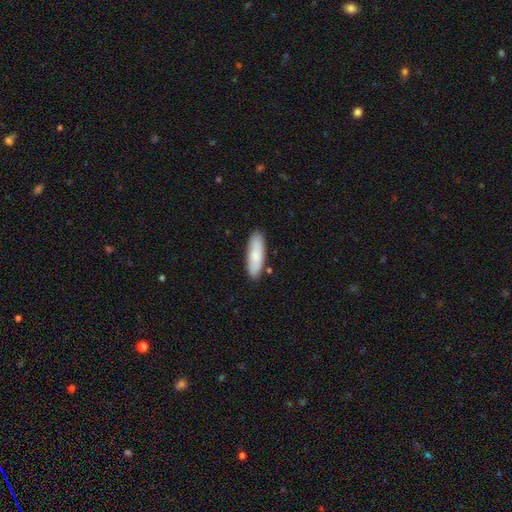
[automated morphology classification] The model was most divided on "how rounded": in between: 54%, cigar-shaped: 44%, round: 2%. More confident: merging — none (85%); smooth or featured — smooth (81%).